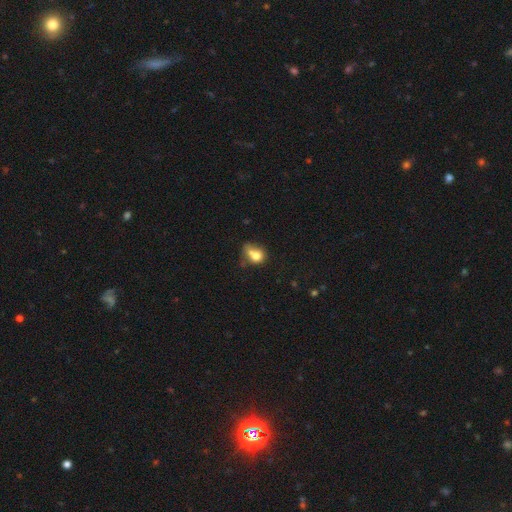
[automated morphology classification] A smooth galaxy with no disk features (74%) that is round (53%).

Vote fractions:
- Smooth or featured? smooth: 74% / featured or disk: 15% / star or artifact: 11%
- How rounded? round: 53% / in between: 46% / cigar-shaped: 1%
- Merging? none: 33% / merger: 29% / minor disturbance: 24% / major disturbance: 14%